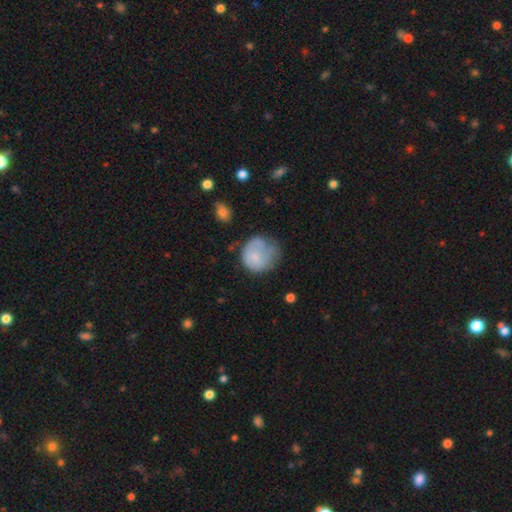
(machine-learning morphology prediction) Smooth or featured? Predicted: smooth (p=0.68). How rounded? Predicted: round (p=0.79). Merging? Predicted: none (p=0.38).